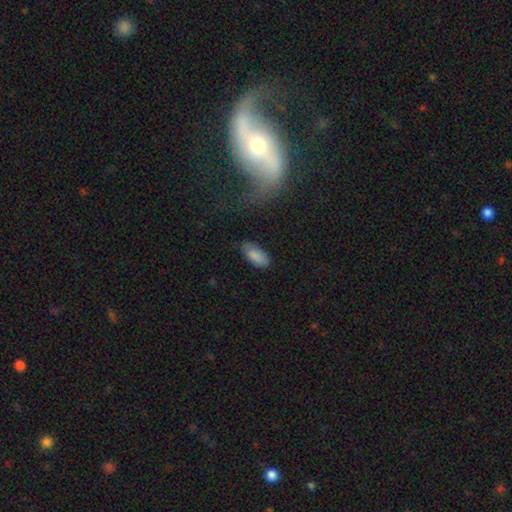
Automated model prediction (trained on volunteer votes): smooth-or-featured: smooth: 87% | star or artifact: 7% | featured or disk: 6%
  how-rounded: in between: 90% | cigar-shaped: 8% | round: 2%
  merging: none: 70% | minor disturbance: 24% | major disturbance: 4% | merger: 2%